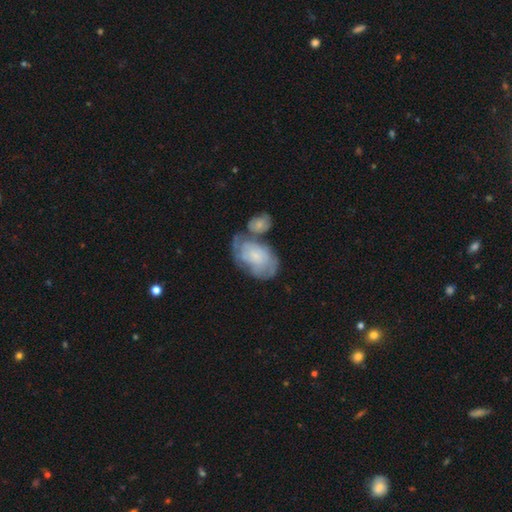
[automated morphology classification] A featured or disk galaxy (56%) with no bar (79%), spiral arms (73%) and a small central bulge (58%).

Vote fractions:
- Smooth or featured? featured or disk: 56% / smooth: 37% / star or artifact: 7%
- Edge-on disk? no: 96% / yes: 4%
- Bar? no: 79% / weak: 18% / strong: 3%
- Spiral arms? yes: 73% / no: 27%
- Bulge size? small: 58% / moderate: 20% / none: 15% / large: 6% / dominant: 2%
- Merging? none: 37% / merger: 31% / minor disturbance: 20% / major disturbance: 12%